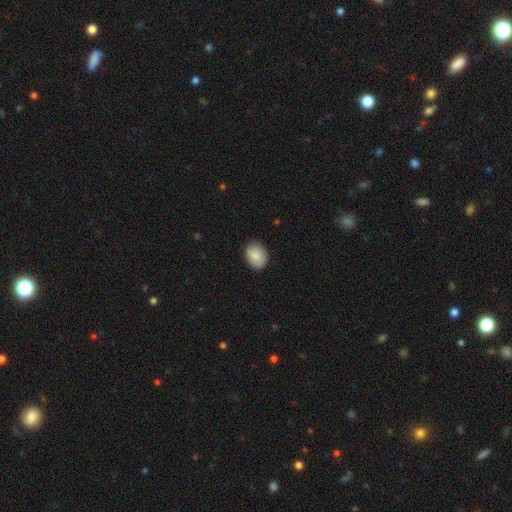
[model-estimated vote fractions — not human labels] Smooth or featured? Predicted: smooth (p=0.87). How rounded? Predicted: in between (p=0.58). Merging? Predicted: none (p=0.86).